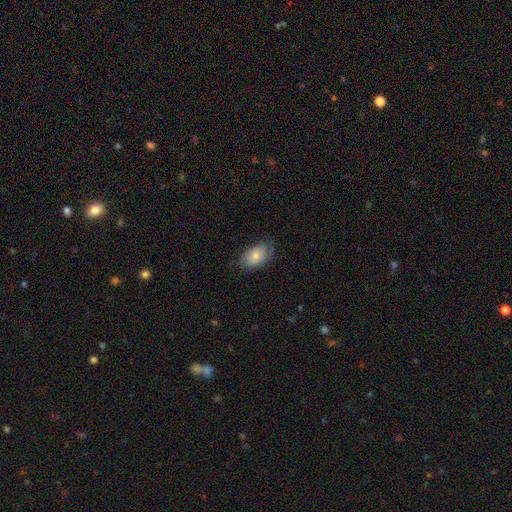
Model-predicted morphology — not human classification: This appears to be a smooth galaxy with no disk features (73%) that is in between round and cigar-shaped (91%). Merging: none (71%).